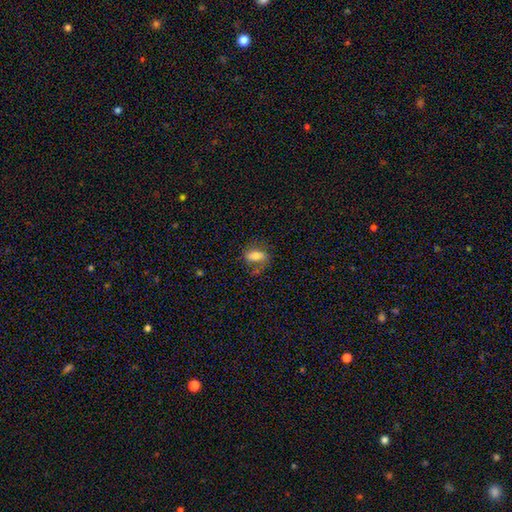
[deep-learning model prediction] A smooth galaxy with no disk features (67%) that is in between round and cigar-shaped (80%). Merging: none (60%).